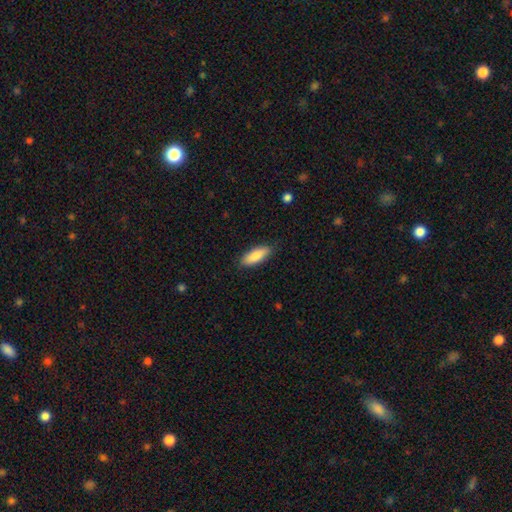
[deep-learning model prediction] Smooth or featured? Predicted: smooth (p=0.84). How rounded? Predicted: in between (p=0.63). Merging? Predicted: none (p=0.87).